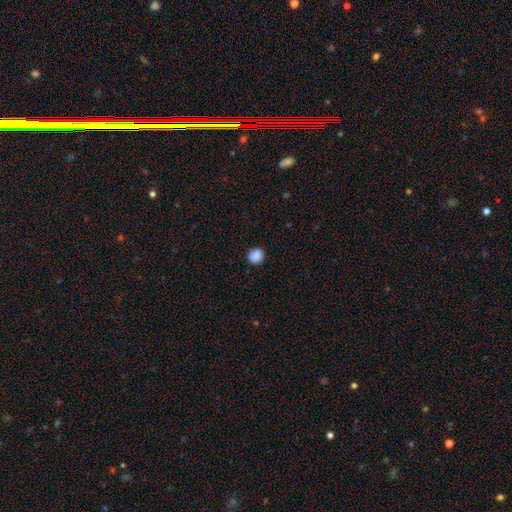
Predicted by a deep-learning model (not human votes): The model was most divided on "how rounded": round: 89%, in between: 10%, cigar-shaped: 1%. More confident: merging — none (91%); smooth or featured — smooth (89%).